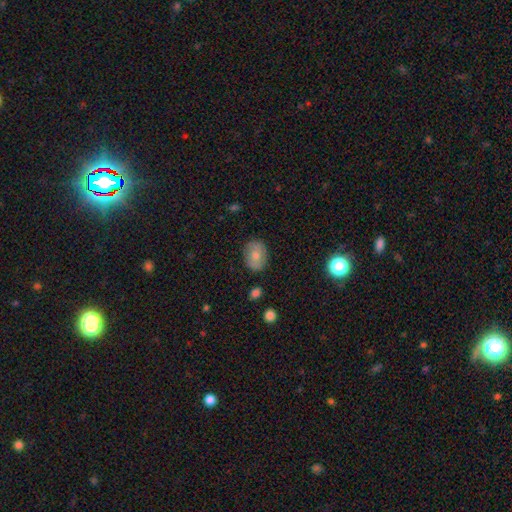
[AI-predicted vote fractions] This is likely a smooth galaxy (70%). How rounded: likely in between (63%). Merging: clearly none (82%).